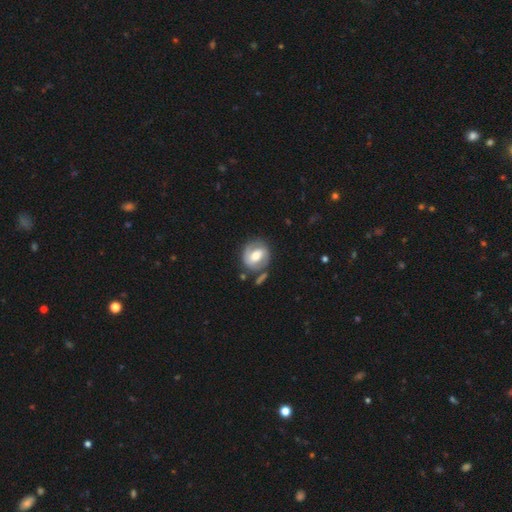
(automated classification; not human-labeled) Morphology: type=featured or disk (58%); edge-on=no (96%); bar=weak (45%); spiral arms=yes (74%); bulge=moderate (68%); merging=none (68%).